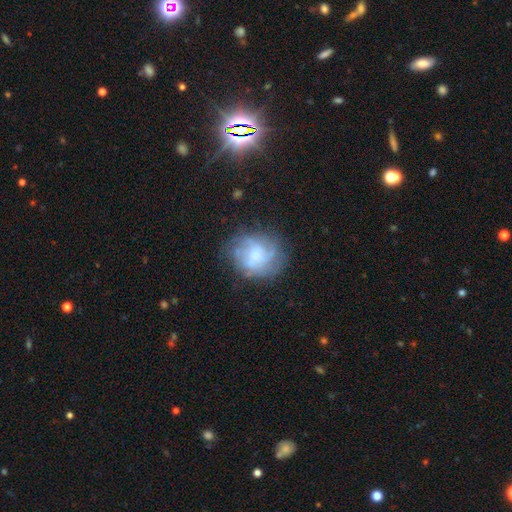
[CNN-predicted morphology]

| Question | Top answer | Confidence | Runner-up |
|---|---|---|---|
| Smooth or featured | featured or disk | 60% | smooth (31%) |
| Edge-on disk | no | 98% | yes (2%) |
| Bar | no | 73% | weak (23%) |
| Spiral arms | yes | 73% | no (27%) |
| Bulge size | none | 38% | moderate (22%) |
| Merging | none | 62% | minor disturbance (20%) |